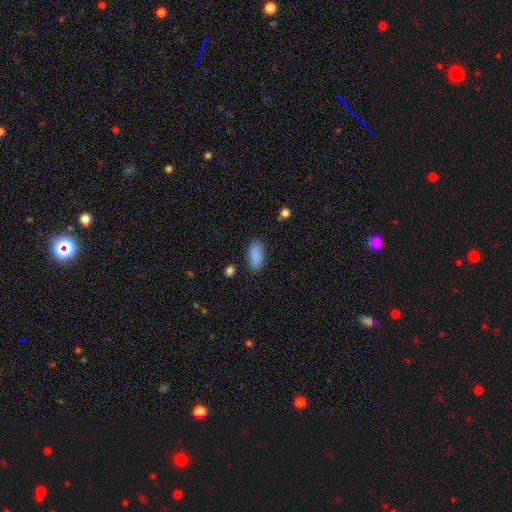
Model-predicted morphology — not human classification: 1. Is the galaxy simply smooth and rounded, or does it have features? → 89% smooth, 7% star or artifact, 4% featured or disk.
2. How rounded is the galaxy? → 89% in between, 8% cigar-shaped, 3% round.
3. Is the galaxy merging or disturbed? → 86% none, 10% minor disturbance, 3% major disturbance, 2% merger.